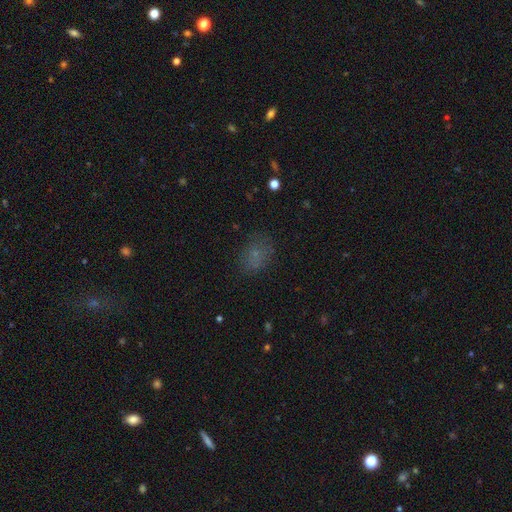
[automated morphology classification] smooth 65%, star or artifact 21%, featured or disk 14%. Down the decision tree: how rounded — in between (62%); merging — none (71%).